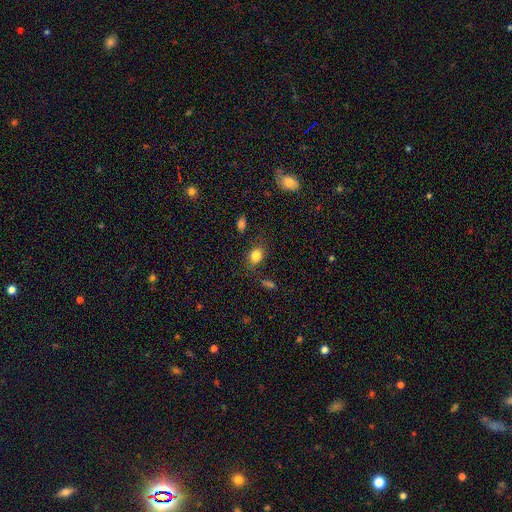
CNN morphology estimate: The model was most divided on "how rounded": in between: 61%, round: 38%, cigar-shaped: 2%. More confident: smooth or featured — smooth (82%); merging — none (75%).